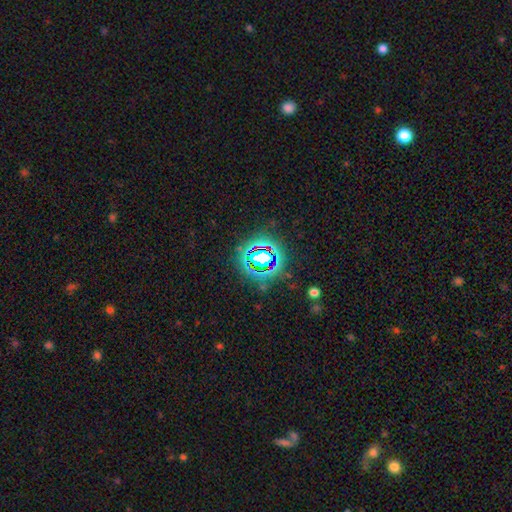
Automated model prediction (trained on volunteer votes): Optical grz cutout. It shows a star or artifact, not a galaxy (79%).